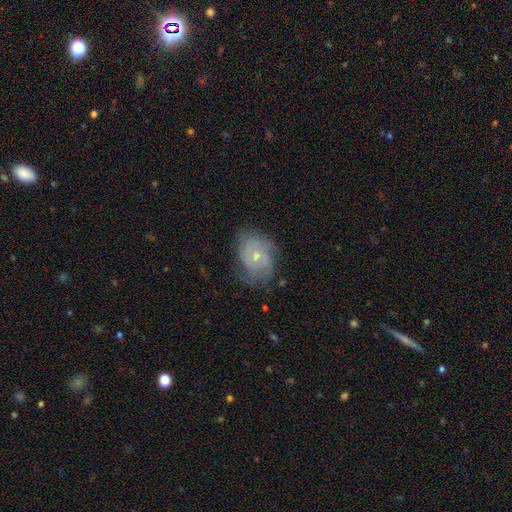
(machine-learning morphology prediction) This is likely a featured or disk galaxy (70%). It is clearly not viewed edge-on (97%). Bar: likely no (69%). Spiral arm pattern: clearly yes (87%). Spiral arm count: marginally can't tell (38%). Spiral winding: possibly tight (53%). Central bulge: possibly small (55%). Merging: likely none (63%).